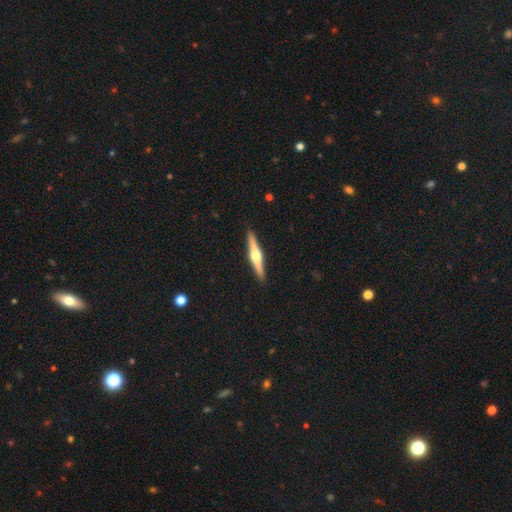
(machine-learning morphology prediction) smooth-or-featured: featured or disk: 75% | smooth: 20% | star or artifact: 5%
  disk-edge-on: yes: 98% | no: 2%
    edge-on-bulge: rounded: 93% | boxy: 4% | none: 2%
  merging: none: 92% | minor disturbance: 6% | major disturbance: 1% | merger: 1%